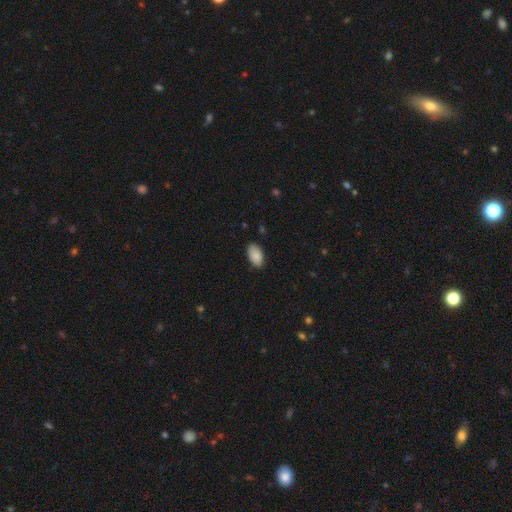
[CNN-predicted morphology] smooth-or-featured: smooth: 86% | featured or disk: 7% | star or artifact: 7%
  how-rounded: in between: 94% | round: 4% | cigar-shaped: 2%
  merging: none: 81% | minor disturbance: 15% | major disturbance: 2% | merger: 1%